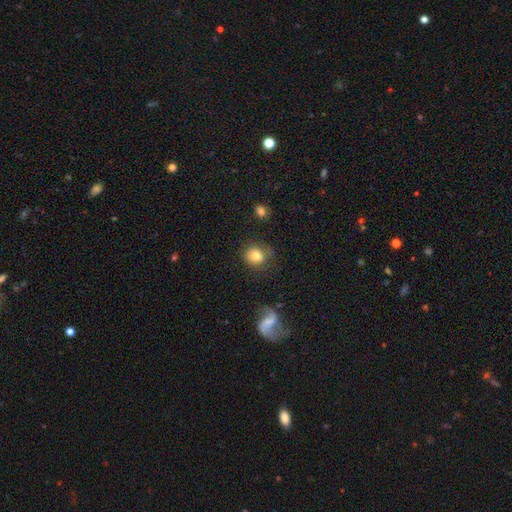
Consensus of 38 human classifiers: Morphology: type=smooth (82%); roundness=round (65%); merging=none (72%).